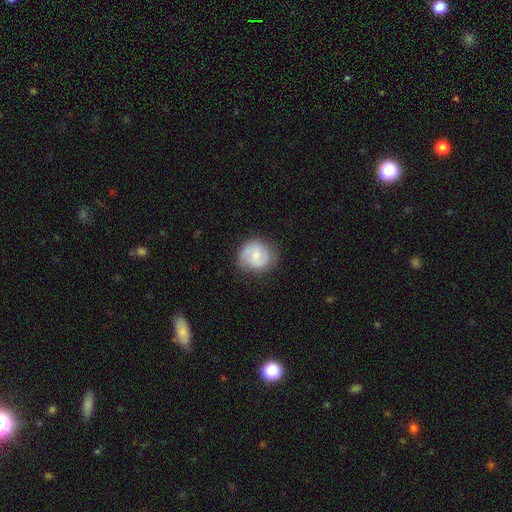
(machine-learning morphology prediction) Overall: featured or disk (56%; smooth 38%). Edge-on disk: no (98%). Bar: no (55%; weak 39%). Spiral arms: yes (89%). Bulge size: small (55%; moderate 36%). Merging: none (82%).